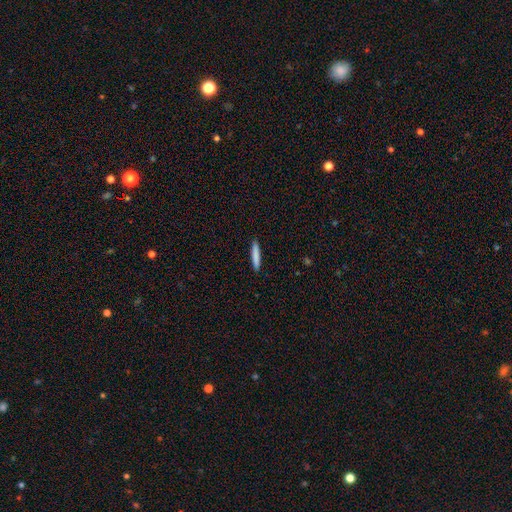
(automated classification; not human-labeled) Overall: smooth (84%). How rounded: cigar-shaped (93%). Merging: none (92%).